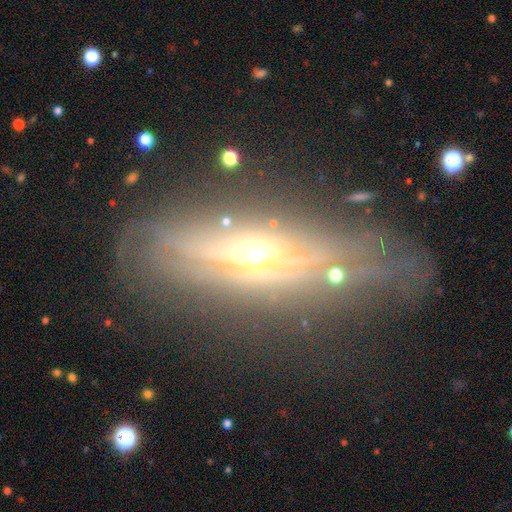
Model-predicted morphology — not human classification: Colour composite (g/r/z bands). It shows a featured or disk galaxy (75%) viewed edge-on (73%) with a rounded central bulge (88%). Merging: none (59%).